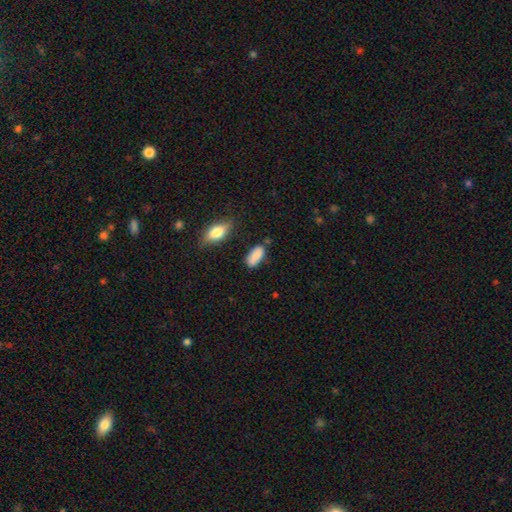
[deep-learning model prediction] Smooth or featured? Predicted: smooth (p=0.87). How rounded? Predicted: in between (p=0.86). Merging? Predicted: none (p=0.72).